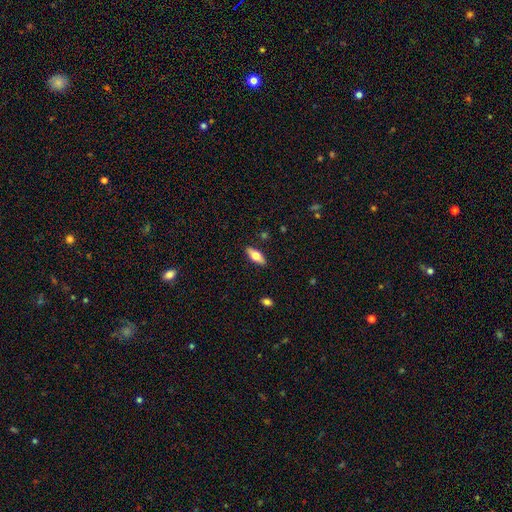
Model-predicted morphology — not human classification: smooth 60%, featured or disk 33%, star or artifact 6%. Down the decision tree: how rounded — in between (72%); merging — none (88%).